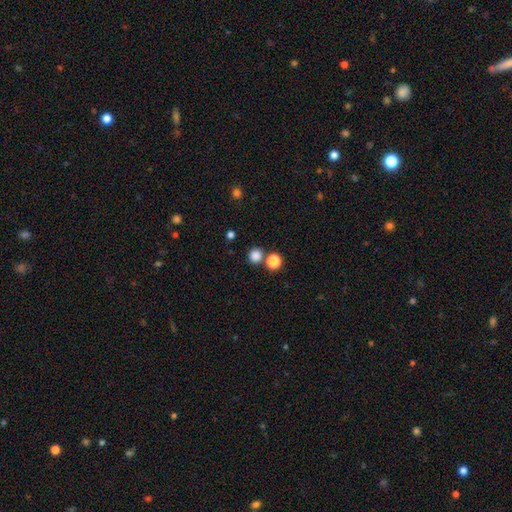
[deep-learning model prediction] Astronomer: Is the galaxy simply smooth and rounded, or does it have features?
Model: smooth — 83%.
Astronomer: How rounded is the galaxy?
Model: round — 88%.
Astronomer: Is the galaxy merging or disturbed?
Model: none — 73%.